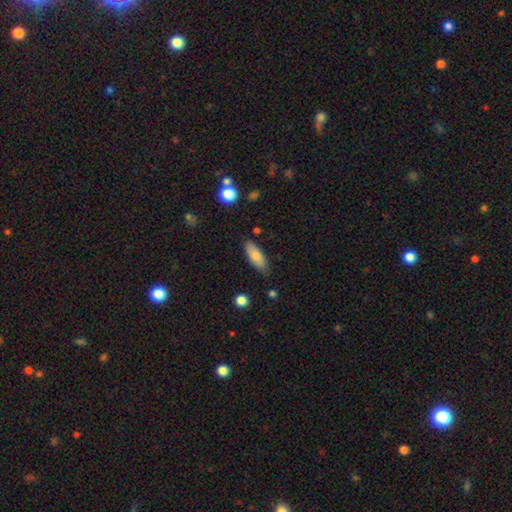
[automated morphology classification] Smooth or featured? Predicted: smooth (p=0.78). How rounded? Predicted: in between (p=0.71). Merging? Predicted: none (p=0.79).